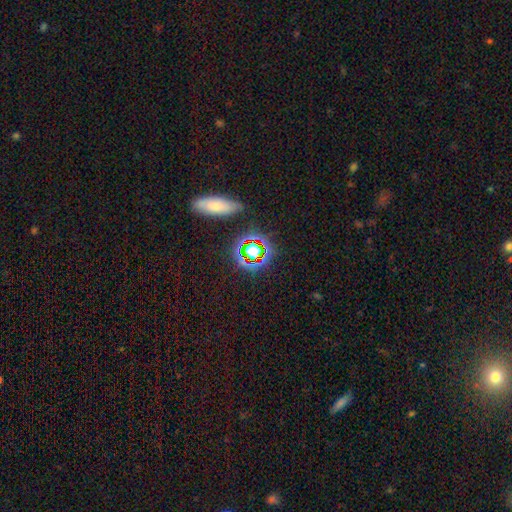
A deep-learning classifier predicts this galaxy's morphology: This is likely a star or artifact rather than a galaxy (61%).